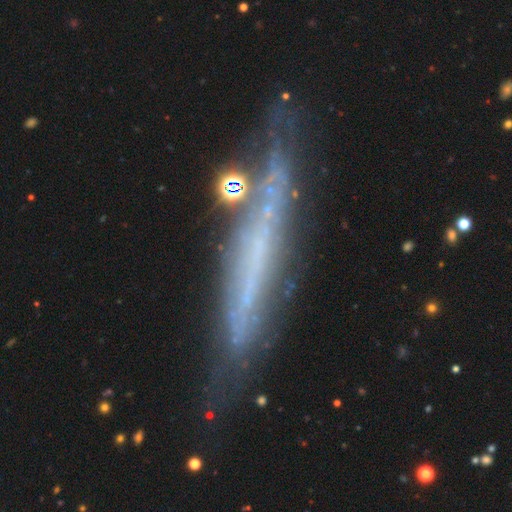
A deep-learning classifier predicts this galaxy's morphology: This appears to be a featured or disk galaxy (65%) viewed edge-on (82%) with no central bulge (83%). Merging: none (71%).